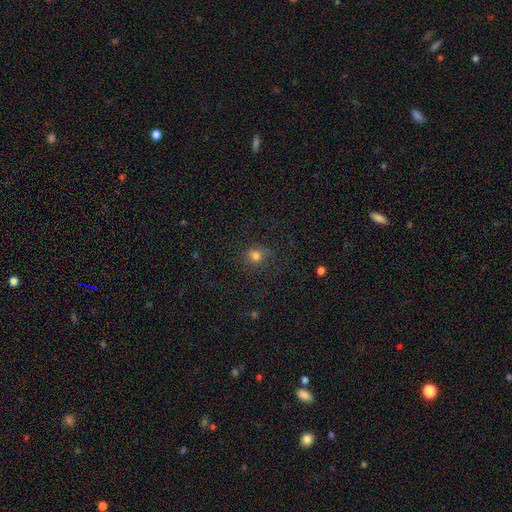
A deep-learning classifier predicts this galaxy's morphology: Overall: smooth (77%). How rounded: round (78%). Merging: none (81%).